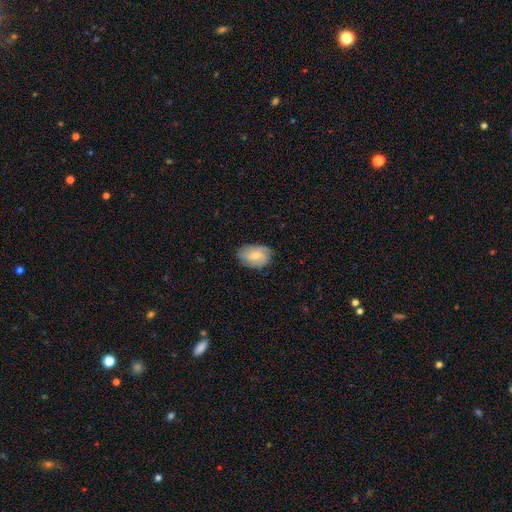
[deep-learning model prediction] The model was most divided on "smooth or featured": smooth: 53%, featured or disk: 40%, star or artifact: 7%. More confident: how rounded — in between (84%); merging — none (74%).